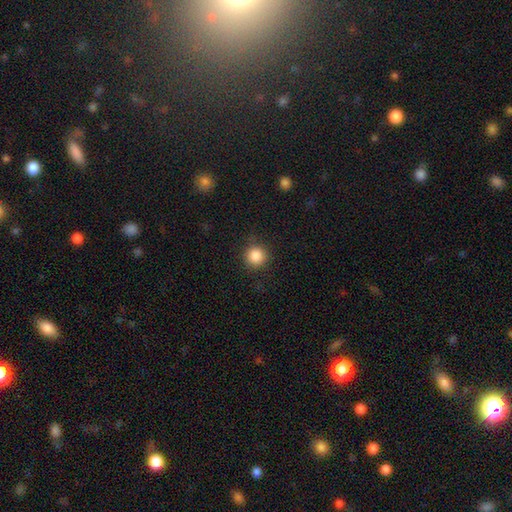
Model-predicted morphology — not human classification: Overall: smooth (86%). How rounded: round (94%). Merging: none (88%).